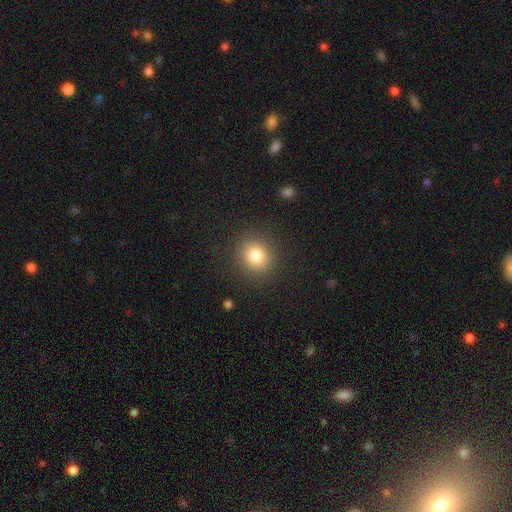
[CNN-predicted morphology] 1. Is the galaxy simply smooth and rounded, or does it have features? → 81% smooth, 12% star or artifact, 8% featured or disk.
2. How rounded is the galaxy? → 82% round, 17% in between, 1% cigar-shaped.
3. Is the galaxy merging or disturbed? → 88% none, 7% minor disturbance, 3% major disturbance, 1% merger.